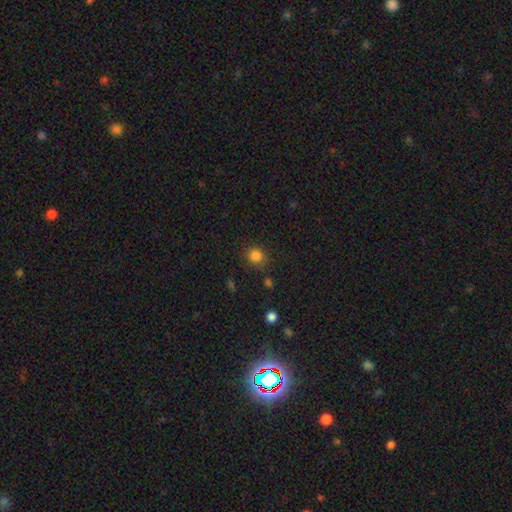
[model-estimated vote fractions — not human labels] Morphology: type=smooth (83%); roundness=round (84%); merging=none (82%).